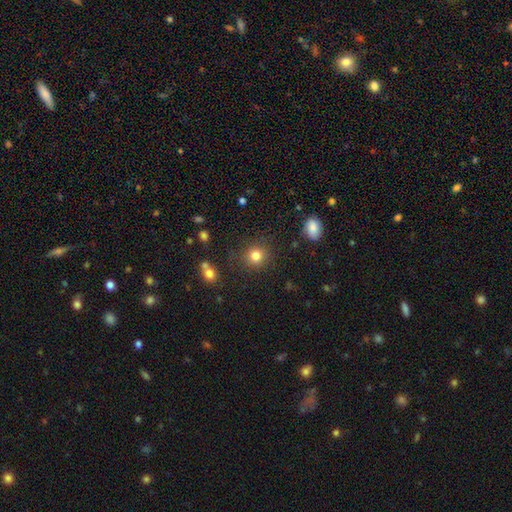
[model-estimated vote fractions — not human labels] Overall: smooth (82%). How rounded: round (90%). Merging: none (87%).